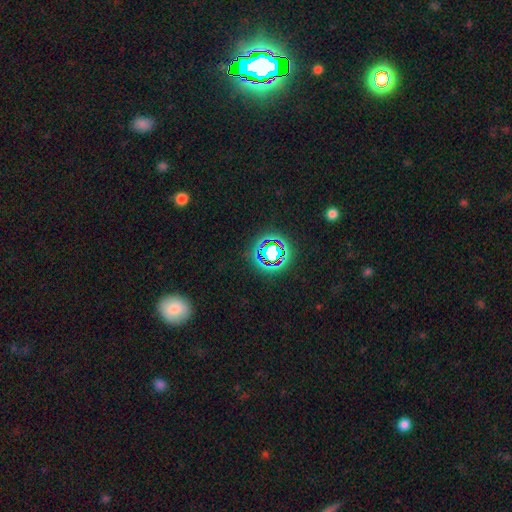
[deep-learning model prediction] Smooth or featured?
  - star or artifact: 75% *
  - smooth: 14%
  - featured or disk: 11%